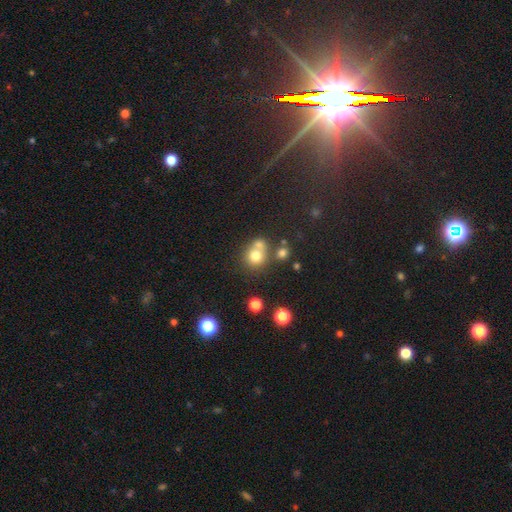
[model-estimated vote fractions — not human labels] Smooth or featured? Predicted: smooth (p=0.73). How rounded? Predicted: round (p=0.81). Merging? Predicted: none (p=0.45).